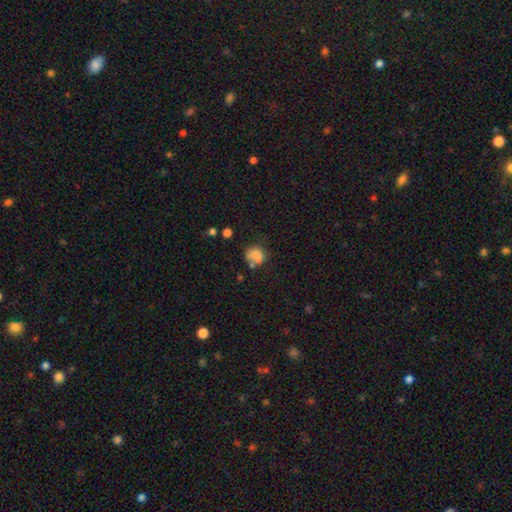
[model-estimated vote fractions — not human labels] This is likely a smooth galaxy (77%). How rounded: likely round (61%). Merging: marginally none (43%).